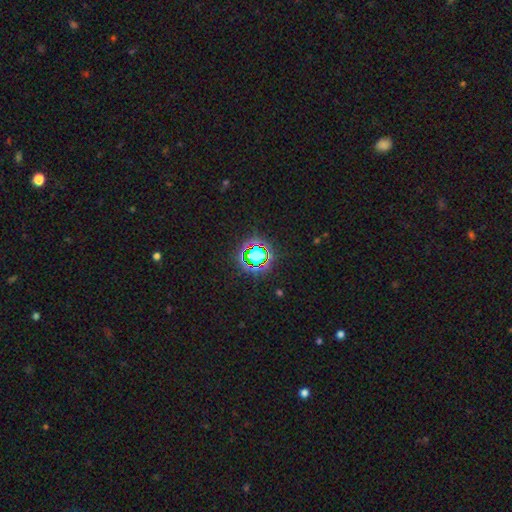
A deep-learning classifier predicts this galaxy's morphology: Smooth or featured? Predicted: star or artifact (p=0.66).